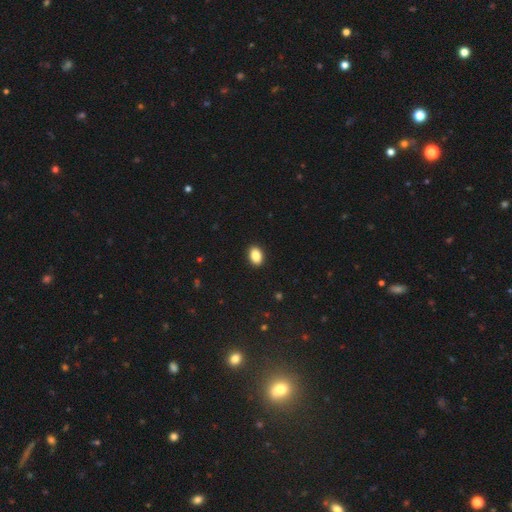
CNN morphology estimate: smooth_or_featured: smooth (p=0.89) [alt: star or artifact p=0.08]
how_rounded: in between (p=0.84) [alt: round p=0.15]
merging: none (p=0.91) [alt: minor disturbance p=0.07]